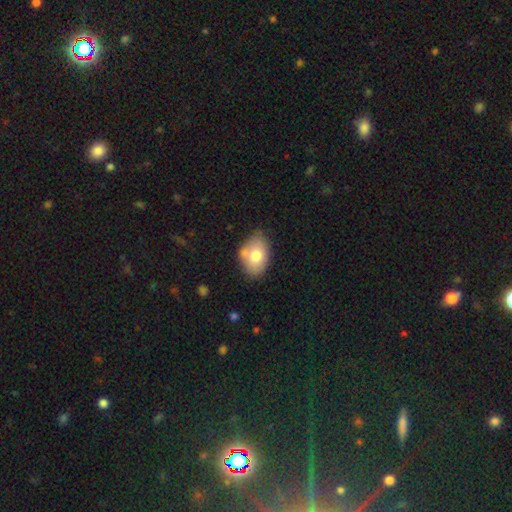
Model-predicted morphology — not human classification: smooth_or_featured: smooth (p=0.73) [alt: featured or disk p=0.19]
how_rounded: in between (p=0.84) [alt: round p=0.15]
merging: none (p=0.61) [alt: minor disturbance p=0.22]